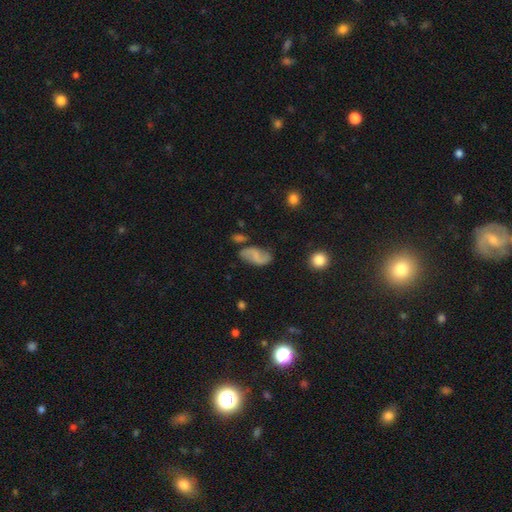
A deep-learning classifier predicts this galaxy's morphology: Smooth or featured? Predicted: featured or disk (p=0.58). Edge-on disk? Predicted: no (p=0.96). Bar? Predicted: no (p=0.45). Spiral arms? Predicted: yes (p=0.89). Bulge size? Predicted: none (p=0.55). Merging? Predicted: none (p=0.68).